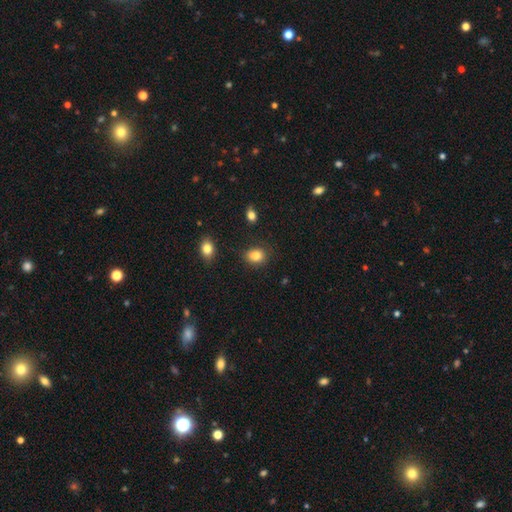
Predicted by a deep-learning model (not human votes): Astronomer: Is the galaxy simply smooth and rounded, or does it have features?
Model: smooth — 84%.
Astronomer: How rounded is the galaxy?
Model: in between — 52% (runner-up: round, 47%).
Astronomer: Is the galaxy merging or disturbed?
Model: none — 83%.